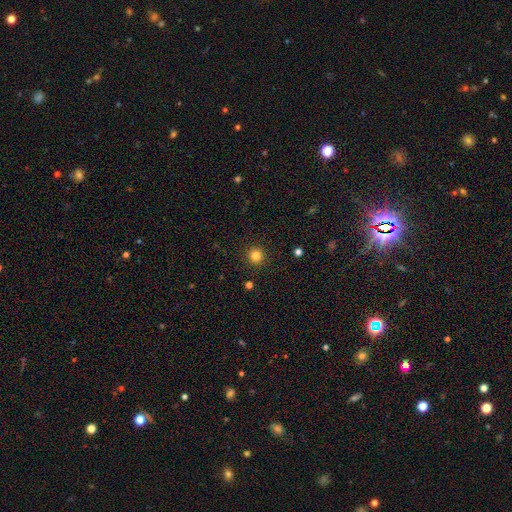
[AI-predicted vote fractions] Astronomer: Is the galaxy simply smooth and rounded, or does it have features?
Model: smooth — 82%.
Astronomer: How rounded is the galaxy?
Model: round — 95%.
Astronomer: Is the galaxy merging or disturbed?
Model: none — 92%.